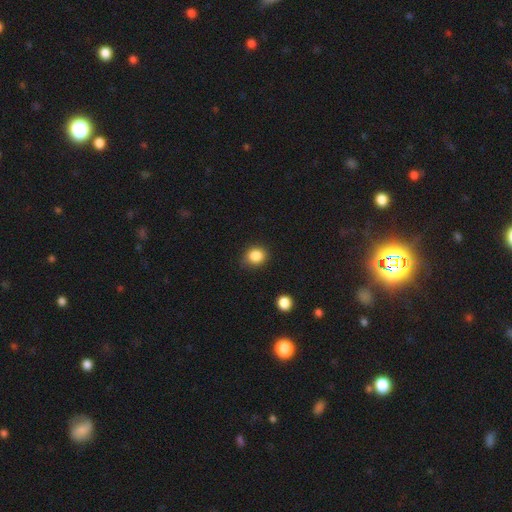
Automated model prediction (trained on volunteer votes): Smooth or featured? smooth (86%)
How rounded? round (69%)
Merging? none (80%)